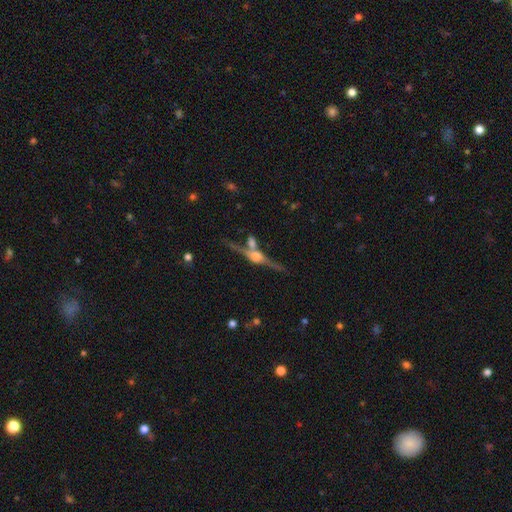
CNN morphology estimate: type=featured or disk (86%); edge-on=yes (96%); edge-on bulge=rounded (90%); merging=none (68%).